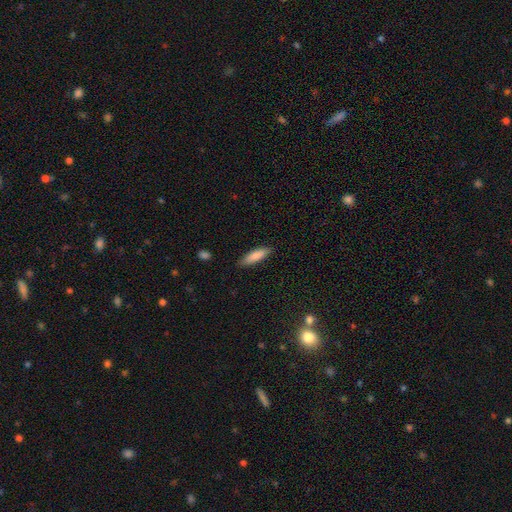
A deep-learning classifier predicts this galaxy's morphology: smooth 83%, featured or disk 11%, star or artifact 6%. Down the decision tree: how rounded — cigar-shaped (63%); merging — none (88%).